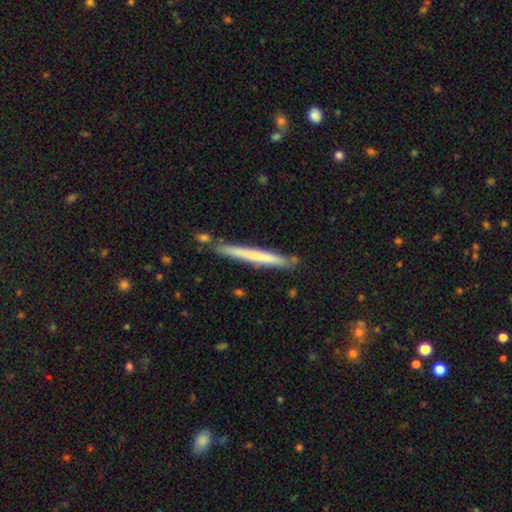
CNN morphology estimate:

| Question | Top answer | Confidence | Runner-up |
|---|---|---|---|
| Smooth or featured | smooth | 47% | featured or disk (45%) |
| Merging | none | 86% | minor disturbance (11%) |